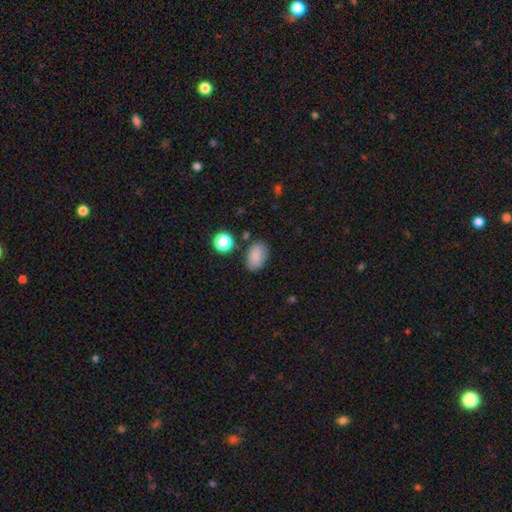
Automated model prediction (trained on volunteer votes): A smooth galaxy with no disk features (86%) that is in between round and cigar-shaped (89%).

Vote fractions:
- Smooth or featured? smooth: 86% / star or artifact: 9% / featured or disk: 5%
- How rounded? in between: 89% / round: 10% / cigar-shaped: 1%
- Merging? none: 77% / minor disturbance: 14% / merger: 5% / major disturbance: 4%